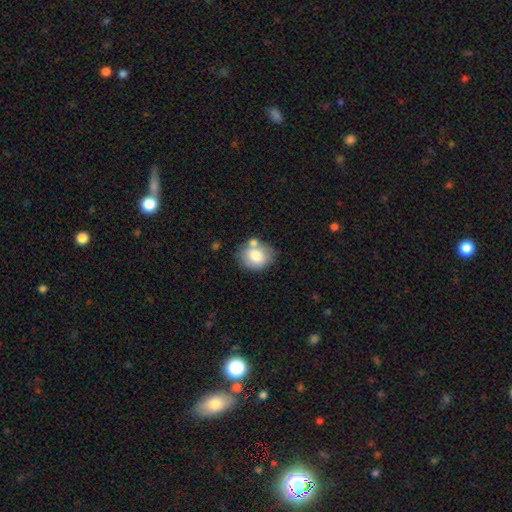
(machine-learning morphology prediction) Overall: smooth (79%). How rounded: round (62%; in between 37%). Merging: none (62%).